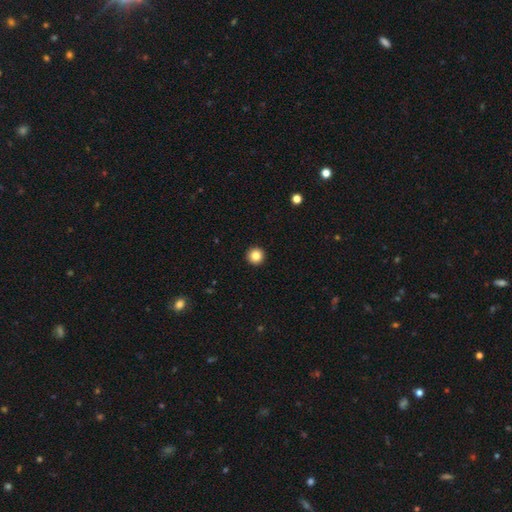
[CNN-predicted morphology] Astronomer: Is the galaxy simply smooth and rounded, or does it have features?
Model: smooth — 84%.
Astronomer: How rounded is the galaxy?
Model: round — 96%.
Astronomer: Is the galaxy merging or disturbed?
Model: none — 94%.